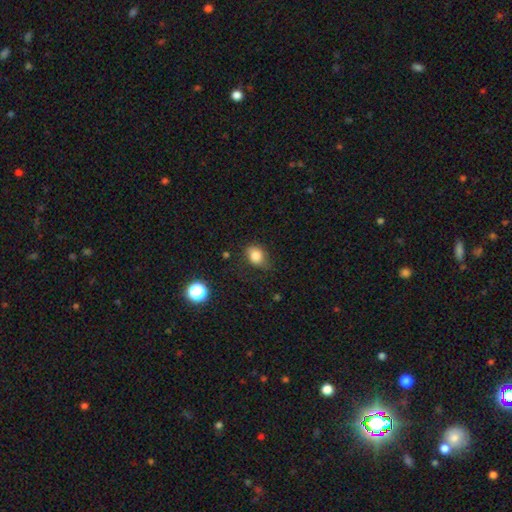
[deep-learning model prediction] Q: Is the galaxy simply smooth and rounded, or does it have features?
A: smooth — 82%.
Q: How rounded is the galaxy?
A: in between — 60%.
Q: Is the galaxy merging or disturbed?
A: none — 68%.